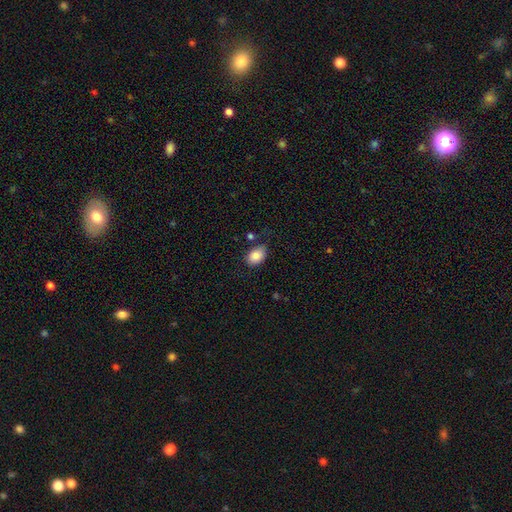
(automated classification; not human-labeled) Smooth or featured?
  - smooth: 85% *
  - star or artifact: 8%
  - featured or disk: 7%
How rounded?
  - in between: 83% *
  - round: 16%
  - cigar-shaped: 1%
Merging?
  - none: 70% *
  - minor disturbance: 20%
  - major disturbance: 6%
  - merger: 5%